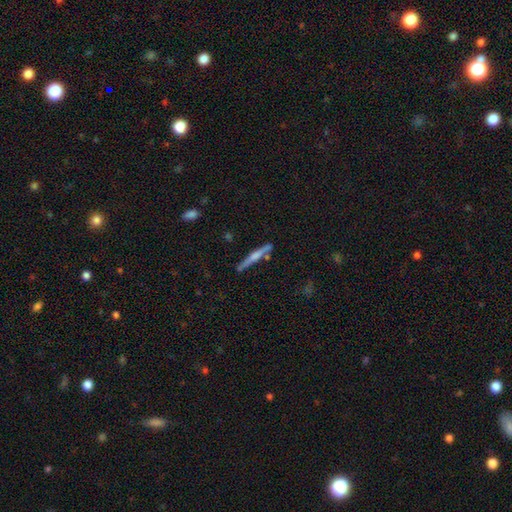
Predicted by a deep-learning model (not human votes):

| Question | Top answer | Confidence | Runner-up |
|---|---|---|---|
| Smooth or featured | featured or disk | 56% | smooth (38%) |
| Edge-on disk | yes | 97% | no (3%) |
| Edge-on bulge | rounded | 63% | none (21%) |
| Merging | none | 81% | minor disturbance (12%) |